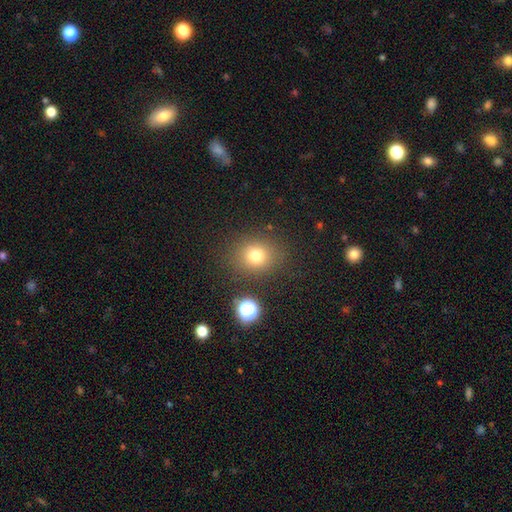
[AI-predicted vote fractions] Smooth or featured? smooth (77%)
How rounded? round (75%)
Merging? none (83%)